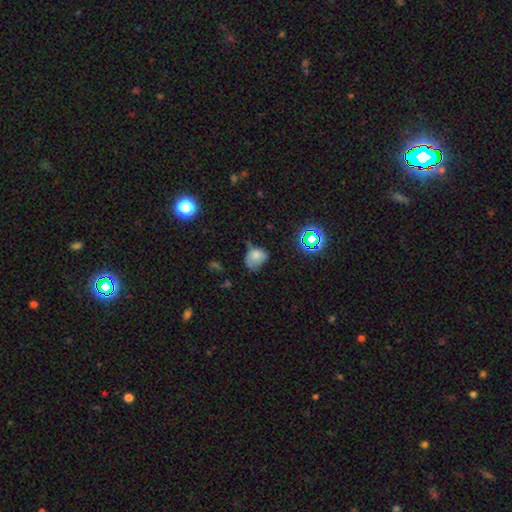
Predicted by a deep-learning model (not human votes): A smooth galaxy with no disk features (60%) that is in between round and cigar-shaped (54%).

Vote fractions:
- Smooth or featured? smooth: 60% / featured or disk: 25% / star or artifact: 15%
- How rounded? in between: 54% / round: 45% / cigar-shaped: 1%
- Merging? minor disturbance: 41% / none: 31% / major disturbance: 25% / merger: 4%